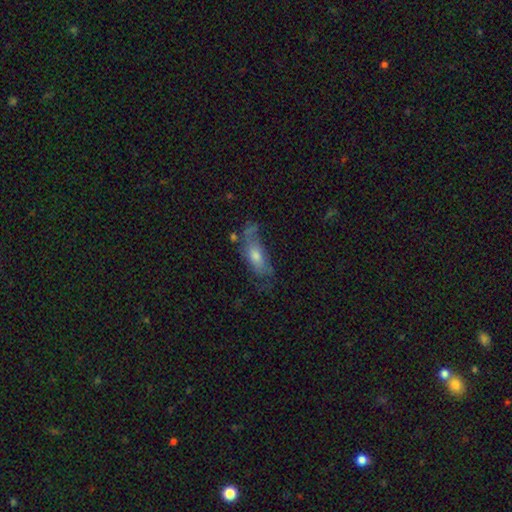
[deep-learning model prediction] smooth 48%, featured or disk 43%, star or artifact 9%. Down the decision tree: merging — none (41%).